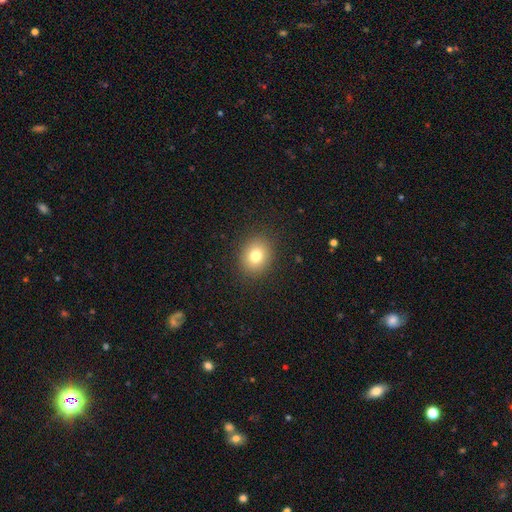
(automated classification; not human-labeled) Q: Smooth or featured?
A: smooth (78%); runner-up: star or artifact (12%)
Q: How rounded?
A: round (65%); runner-up: in between (35%)
Q: Merging?
A: none (89%); runner-up: minor disturbance (7%)